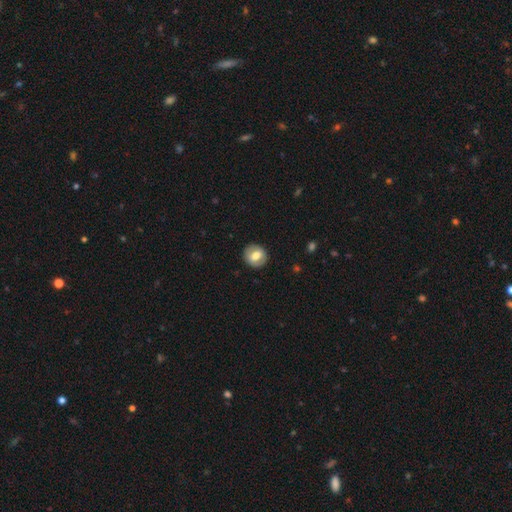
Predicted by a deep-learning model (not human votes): This appears to be a smooth galaxy with no disk features (64%) that is round (80%). Merging: none (88%).